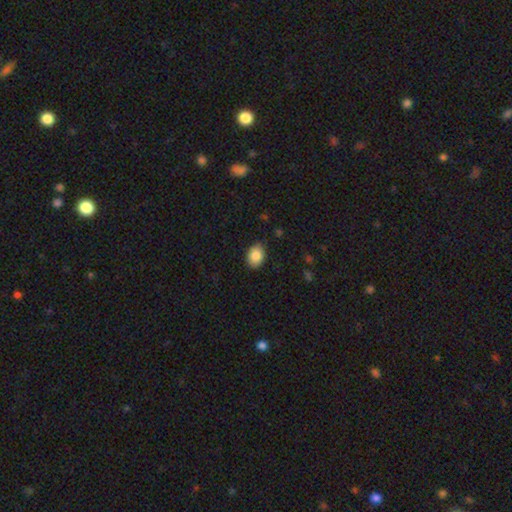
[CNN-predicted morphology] smooth-or-featured: smooth: 87% | star or artifact: 8% | featured or disk: 5%
  how-rounded: in between: 70% | round: 29% | cigar-shaped: 1%
  merging: none: 83% | minor disturbance: 13% | major disturbance: 2% | merger: 1%